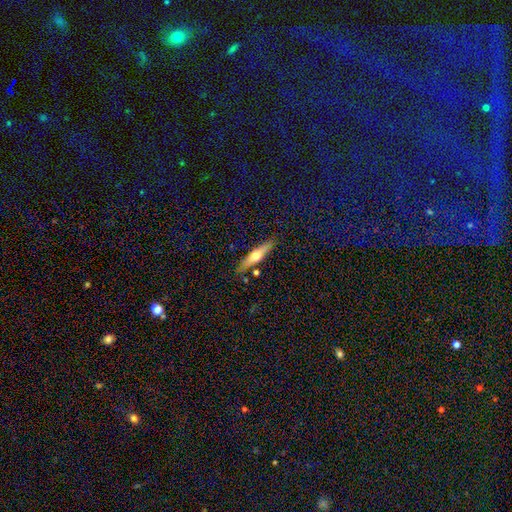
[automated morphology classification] This appears to be a featured or disk galaxy (52%) viewed edge-on (93%). Merging: none (84%).